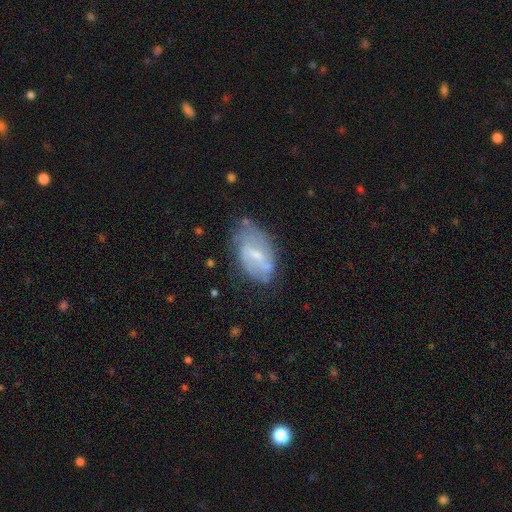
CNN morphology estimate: Smooth or featured? Predicted: featured or disk (p=0.61). Edge-on disk? Predicted: no (p=0.94). Bar? Predicted: weak (p=0.54). Spiral arms? Predicted: yes (p=0.65). Bulge size? Predicted: small (p=0.48). Merging? Predicted: none (p=0.53).